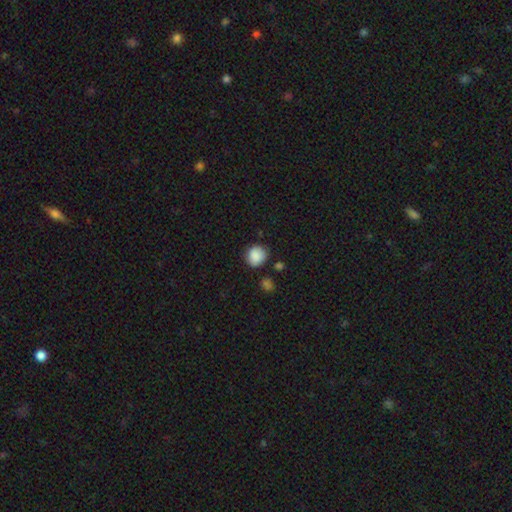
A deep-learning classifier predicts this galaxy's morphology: Smooth or featured? Predicted: smooth (p=0.87). How rounded? Predicted: round (p=0.85). Merging? Predicted: none (p=0.76).